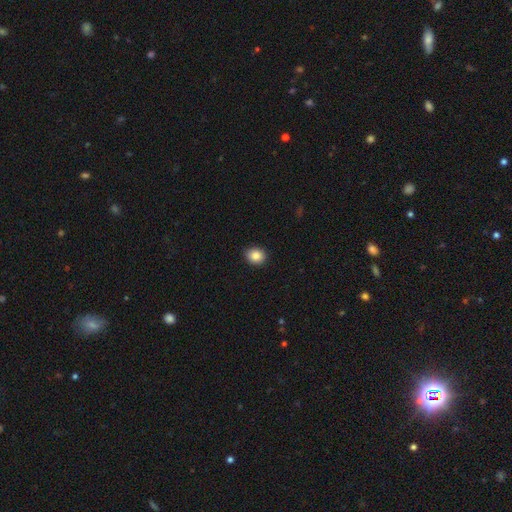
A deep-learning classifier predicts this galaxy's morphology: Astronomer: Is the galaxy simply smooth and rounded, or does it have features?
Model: smooth — 87%.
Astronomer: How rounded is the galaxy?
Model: round — 59% (runner-up: in between, 40%).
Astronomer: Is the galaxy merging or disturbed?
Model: none — 89%.